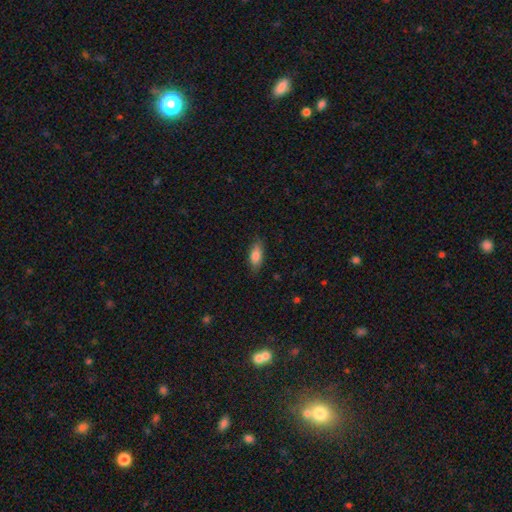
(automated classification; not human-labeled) smooth-or-featured: smooth: 80% | featured or disk: 13% | star or artifact: 7%
  how-rounded: in between: 77% | cigar-shaped: 20% | round: 3%
  merging: none: 82% | minor disturbance: 14% | major disturbance: 3% | merger: 1%